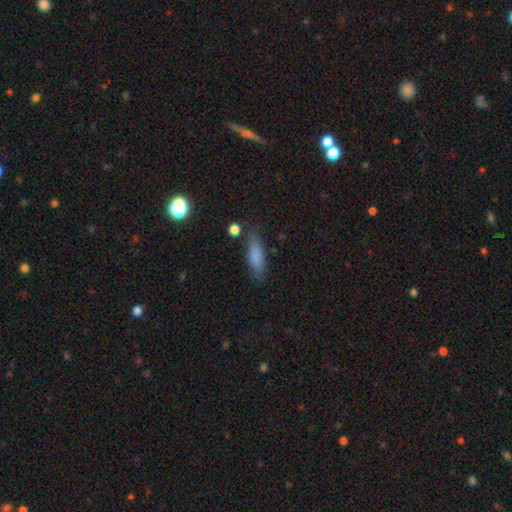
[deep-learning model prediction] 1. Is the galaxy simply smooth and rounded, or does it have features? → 80% smooth, 12% featured or disk, 8% star or artifact.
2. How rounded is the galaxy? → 50% in between, 48% cigar-shaped, 3% round.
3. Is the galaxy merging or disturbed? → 75% none, 17% minor disturbance, 5% major disturbance, 3% merger.